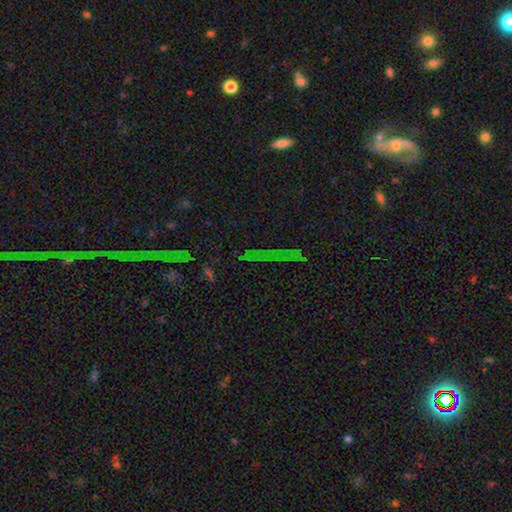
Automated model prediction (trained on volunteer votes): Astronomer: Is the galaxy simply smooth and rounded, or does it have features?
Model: star or artifact — 72%.